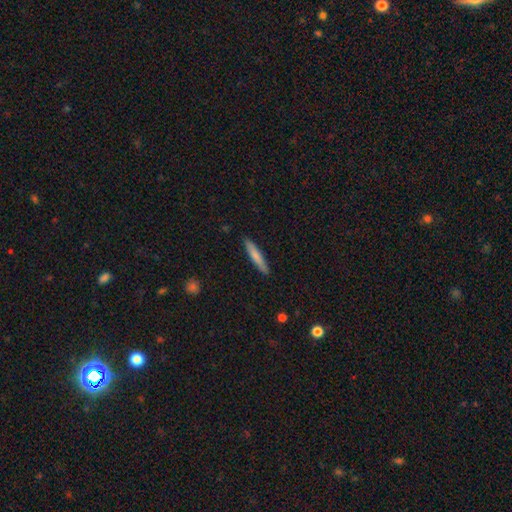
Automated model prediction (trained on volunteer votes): A smooth galaxy with no disk features (74%) that is cigar-shaped (92%). Merging: none (90%).